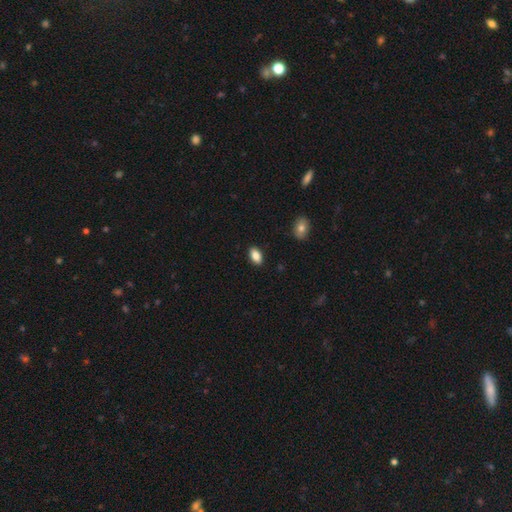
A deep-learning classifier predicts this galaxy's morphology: The model was most divided on "smooth or featured": smooth: 86%, star or artifact: 8%, featured or disk: 6%. More confident: how rounded — in between (92%); merging — none (89%).